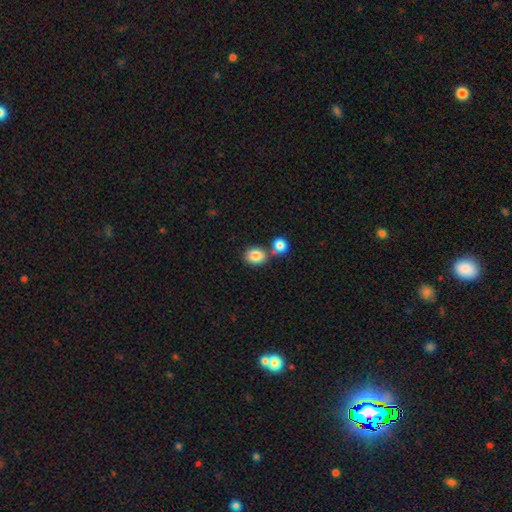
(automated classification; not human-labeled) This is clearly a smooth galaxy (85%). How rounded: possibly round (60%). Merging: possibly none (57%).